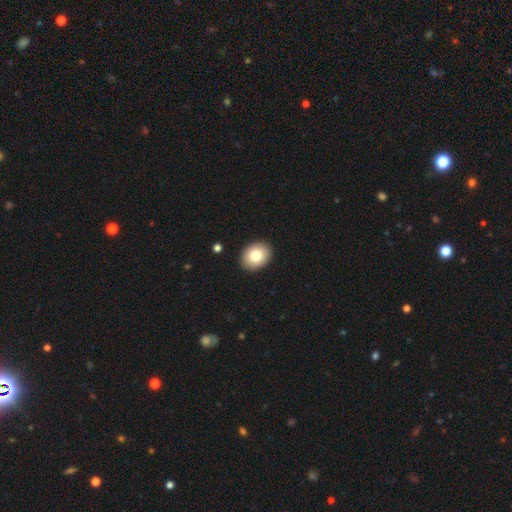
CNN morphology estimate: Smooth or featured: smooth — 81% (featured or disk — 11%)
How rounded: in between — 57% (round — 42%)
Merging: none — 91% (minor disturbance — 6%)